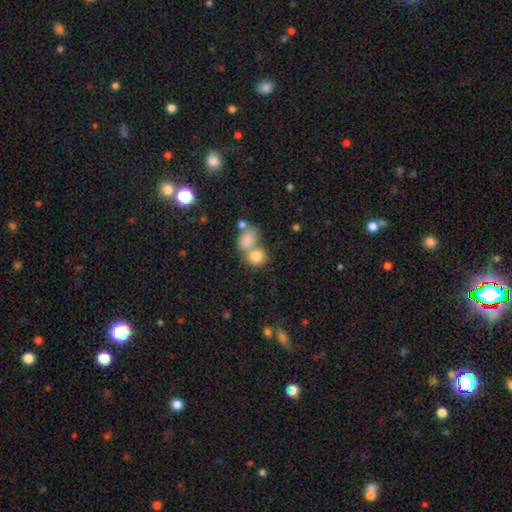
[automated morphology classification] Smooth or featured? smooth (80%)
How rounded? round (66%)
Merging? merger (52%)